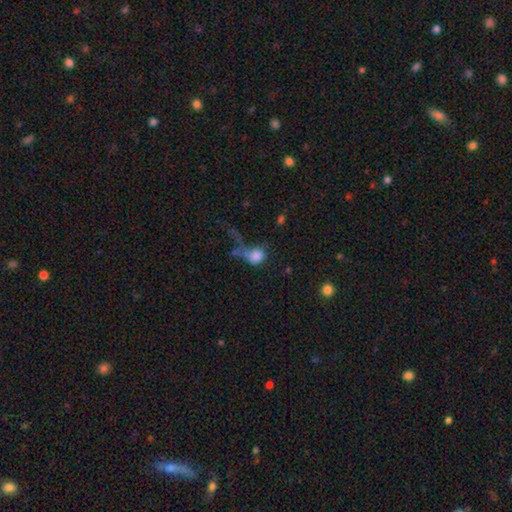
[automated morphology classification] Smooth or featured? smooth (76%)
How rounded? round (50%)
Merging? major disturbance (35%)